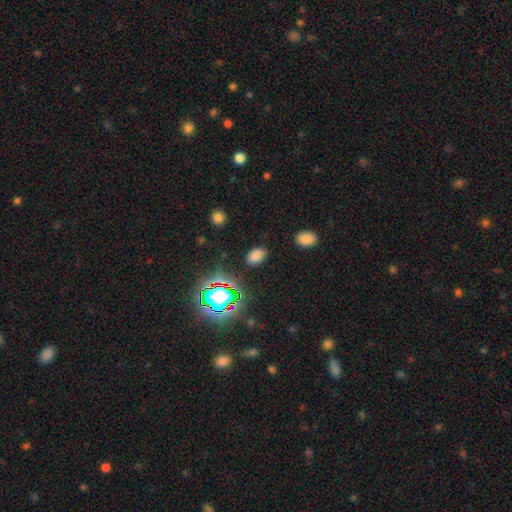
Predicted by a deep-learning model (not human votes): Overall: smooth (75%). How rounded: in between (87%). Merging: none (85%).